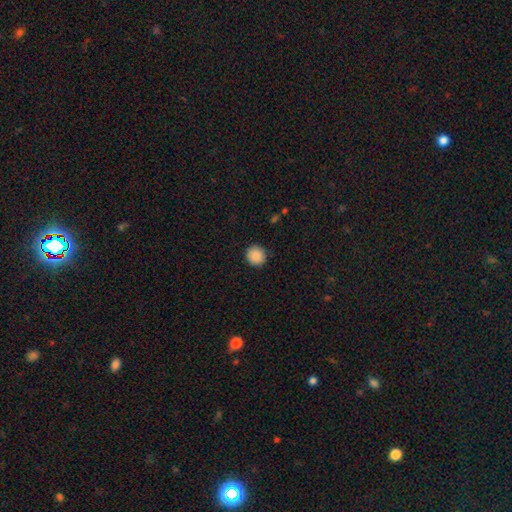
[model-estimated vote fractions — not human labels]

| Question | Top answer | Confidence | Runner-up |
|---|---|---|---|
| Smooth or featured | smooth | 89% | star or artifact (8%) |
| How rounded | round | 93% | in between (6%) |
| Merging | none | 91% | minor disturbance (6%) |